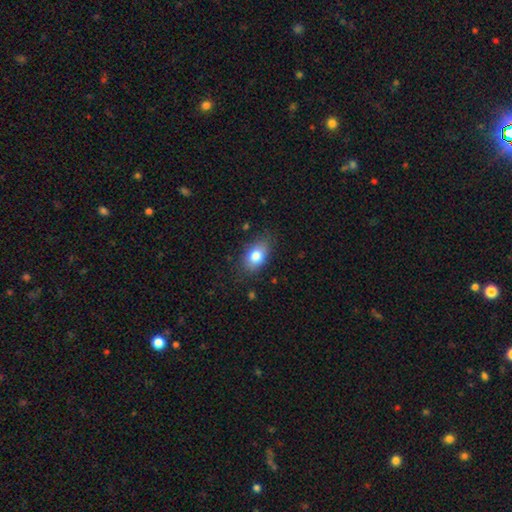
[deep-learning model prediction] Smooth or featured? Predicted: smooth (p=0.81). How rounded? Predicted: in between (p=0.87). Merging? Predicted: none (p=0.79).